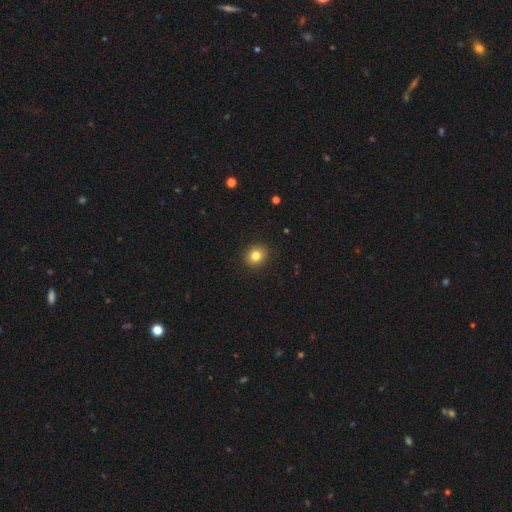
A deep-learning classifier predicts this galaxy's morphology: The model was most divided on "how rounded": round: 79%, in between: 20%, cigar-shaped: 1%. More confident: merging — none (91%); smooth or featured — smooth (82%).